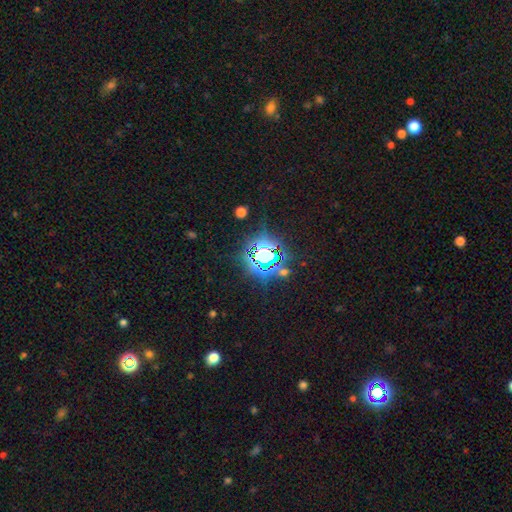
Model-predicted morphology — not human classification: Overall: star or artifact (76%).